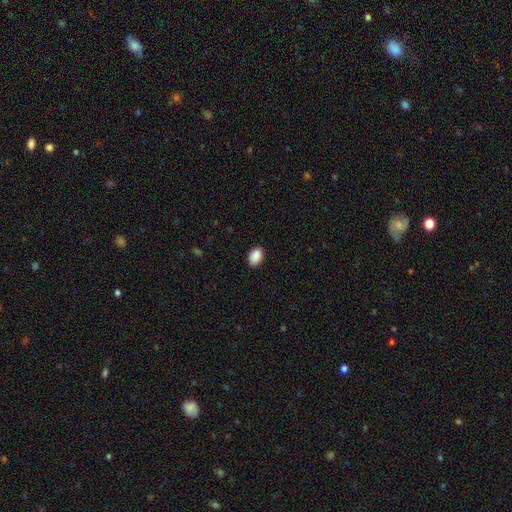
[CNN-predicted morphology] Q: Smooth or featured?
A: smooth (89%); runner-up: star or artifact (8%)
Q: How rounded?
A: in between (86%); runner-up: round (13%)
Q: Merging?
A: none (85%); runner-up: minor disturbance (12%)